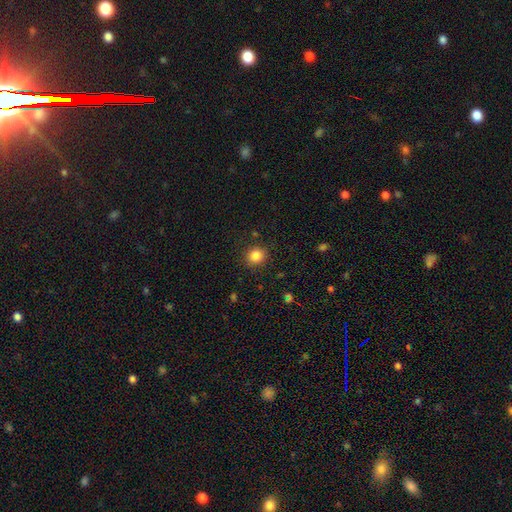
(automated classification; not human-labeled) Smooth or featured?
  - smooth: 85% *
  - star or artifact: 11%
  - featured or disk: 4%
How rounded?
  - round: 84% *
  - in between: 16%
  - cigar-shaped: 1%
Merging?
  - none: 88% *
  - minor disturbance: 8%
  - major disturbance: 3%
  - merger: 1%